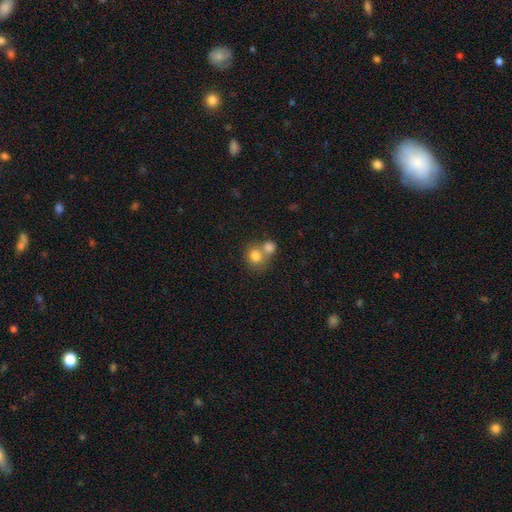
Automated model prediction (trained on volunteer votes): This is likely a smooth galaxy (78%). How rounded: likely round (78%). Merging: possibly merger (49%).